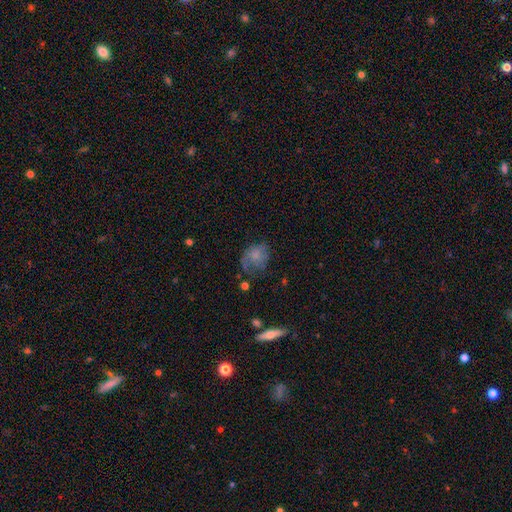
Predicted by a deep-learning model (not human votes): This appears to be a smooth galaxy with no disk features (63%) that is round (53%). Merging: none (40%).